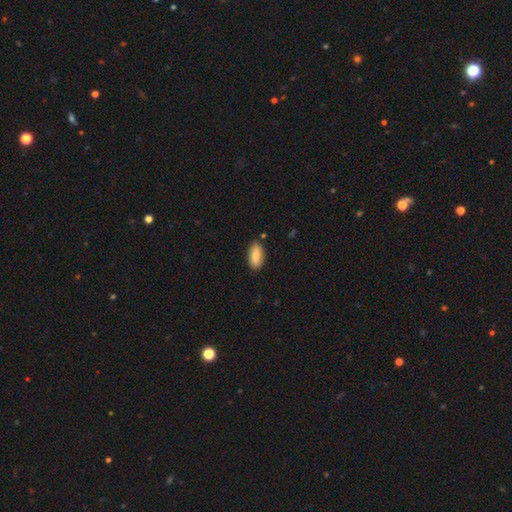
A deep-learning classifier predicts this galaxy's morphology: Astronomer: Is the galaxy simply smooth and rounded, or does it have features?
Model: smooth — 81%.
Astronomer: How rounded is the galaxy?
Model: in between — 90%.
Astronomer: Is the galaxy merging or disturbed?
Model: none — 83%.